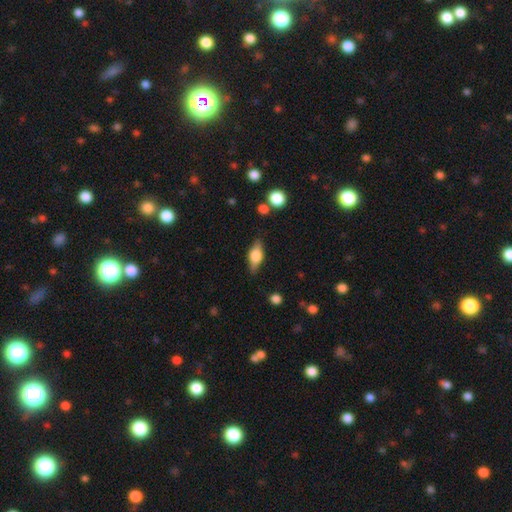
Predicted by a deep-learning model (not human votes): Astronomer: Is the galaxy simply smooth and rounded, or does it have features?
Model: smooth — 47% (runner-up: featured or disk, 45%).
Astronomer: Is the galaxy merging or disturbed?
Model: none — 80%.